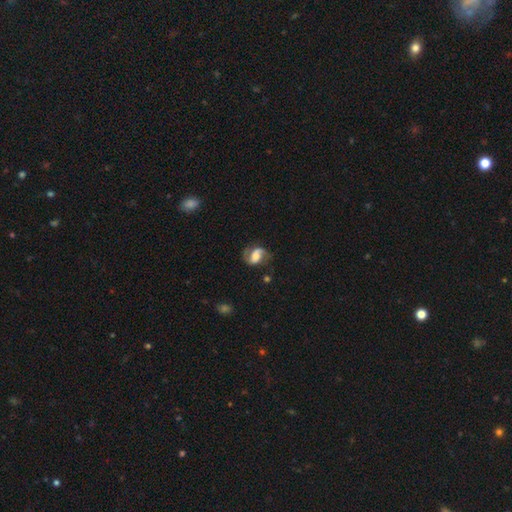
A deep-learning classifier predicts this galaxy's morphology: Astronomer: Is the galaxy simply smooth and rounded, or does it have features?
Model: featured or disk — 77%.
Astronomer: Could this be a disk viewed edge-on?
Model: no — 97%.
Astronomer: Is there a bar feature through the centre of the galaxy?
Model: weak — 42% (runner-up: no, 31%).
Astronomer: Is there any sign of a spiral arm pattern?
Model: yes — 94%.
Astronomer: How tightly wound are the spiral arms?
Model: medium — 46% (runner-up: loose, 38%).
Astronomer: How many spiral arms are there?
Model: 2 — 89%.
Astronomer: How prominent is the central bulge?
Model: moderate — 48%.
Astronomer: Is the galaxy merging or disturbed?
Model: none — 70%.